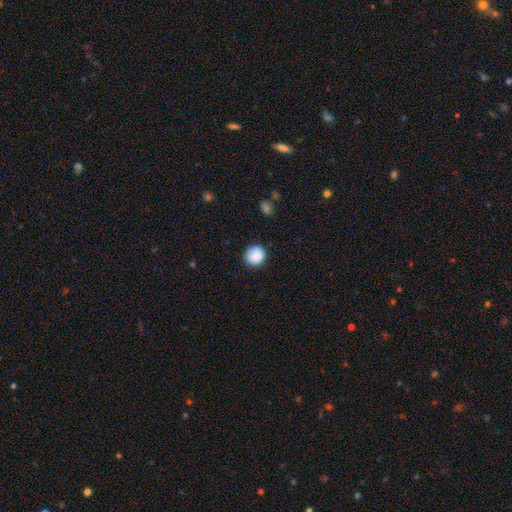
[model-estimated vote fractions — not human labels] smooth-or-featured: smooth: 88% | star or artifact: 8% | featured or disk: 4%
  how-rounded: round: 93% | in between: 7% | cigar-shaped: 1%
  merging: none: 88% | minor disturbance: 9% | major disturbance: 2% | merger: 1%